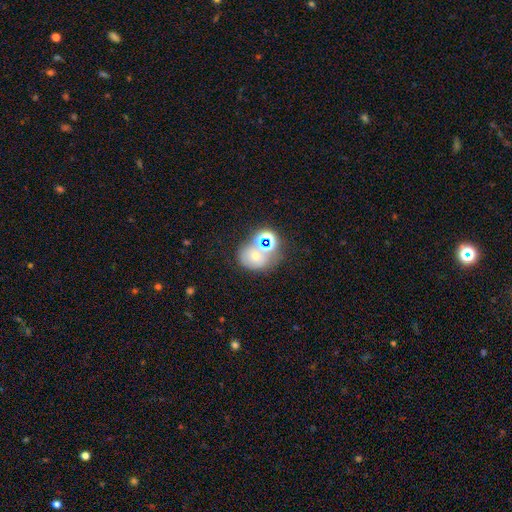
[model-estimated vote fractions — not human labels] Smooth or featured?
  - smooth: 43% *
  - star or artifact: 33%
  - featured or disk: 24%
Merging?
  - none: 51% *
  - merger: 29%
  - minor disturbance: 12%
  - major disturbance: 7%